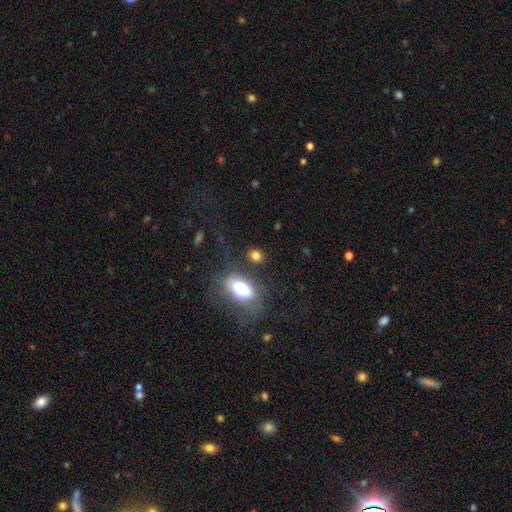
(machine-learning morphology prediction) type=smooth (78%); roundness=in between (56%); merging=none (70%).